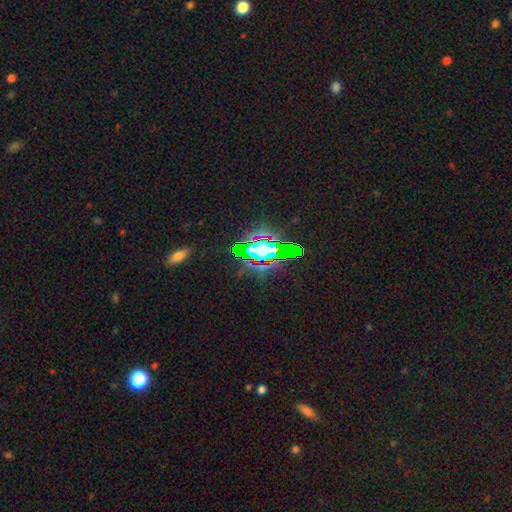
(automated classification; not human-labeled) star or artifact 76%, smooth 13%, featured or disk 11%.